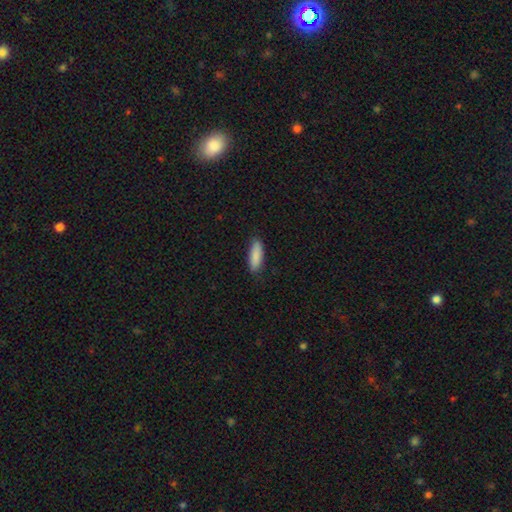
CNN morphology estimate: A smooth galaxy with no disk features (88%) that is in between round and cigar-shaped (51%).

Vote fractions:
- Smooth or featured? smooth: 88% / star or artifact: 6% / featured or disk: 6%
- How rounded? in between: 51% / cigar-shaped: 47% / round: 2%
- Merging? none: 84% / minor disturbance: 13% / major disturbance: 2% / merger: 1%